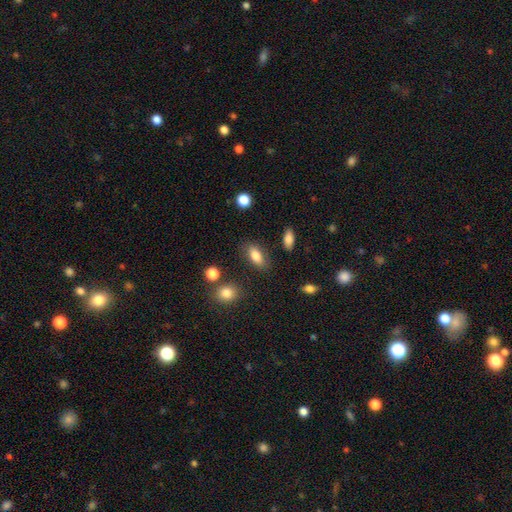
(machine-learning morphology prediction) Overall: smooth (82%). How rounded: in between (87%). Merging: none (81%).